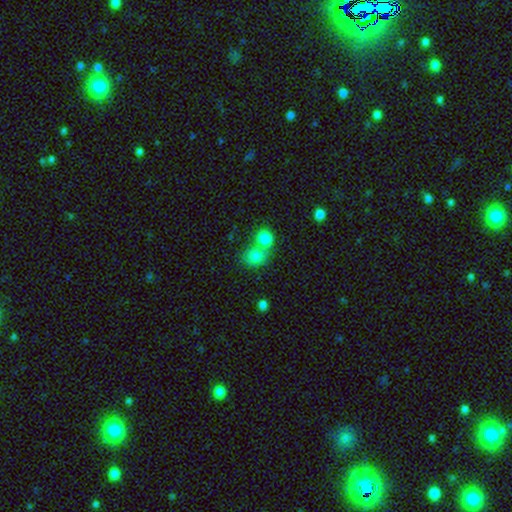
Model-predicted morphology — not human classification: Smooth or featured? Predicted: smooth (p=0.80). How rounded? Predicted: round (p=0.76). Merging? Predicted: none (p=0.49).